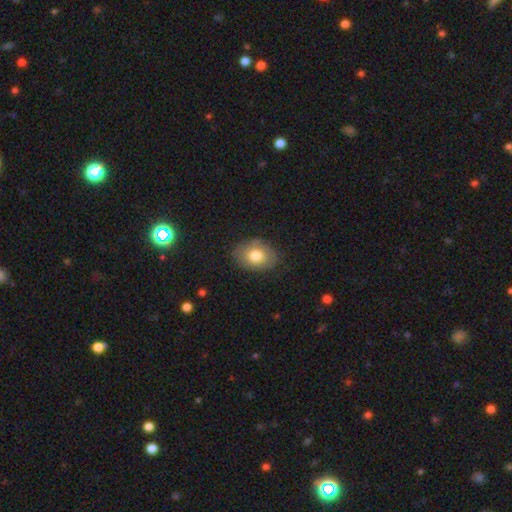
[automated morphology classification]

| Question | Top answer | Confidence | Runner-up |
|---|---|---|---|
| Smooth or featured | smooth | 74% | featured or disk (18%) |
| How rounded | in between | 72% | round (27%) |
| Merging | none | 79% | minor disturbance (16%) |